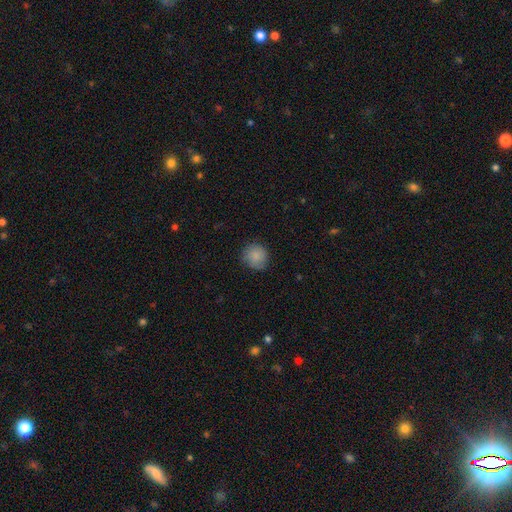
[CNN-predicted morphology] This appears to be a smooth galaxy with no disk features (86%) that is round (89%). Merging: none (78%).